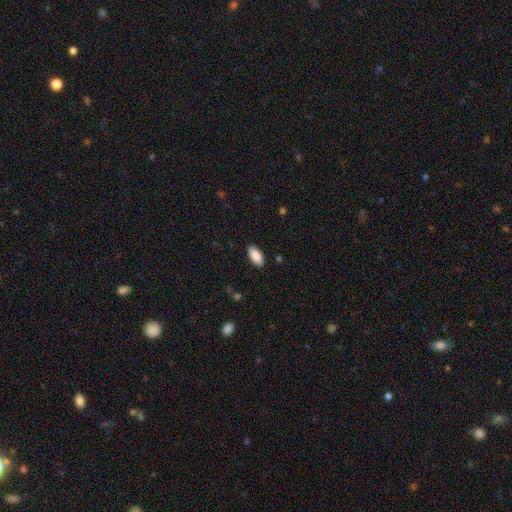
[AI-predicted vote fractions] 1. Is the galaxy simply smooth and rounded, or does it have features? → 90% smooth, 6% star or artifact, 4% featured or disk.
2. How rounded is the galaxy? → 92% in between, 6% cigar-shaped, 2% round.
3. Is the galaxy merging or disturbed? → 89% none, 8% minor disturbance, 2% major disturbance, 1% merger.